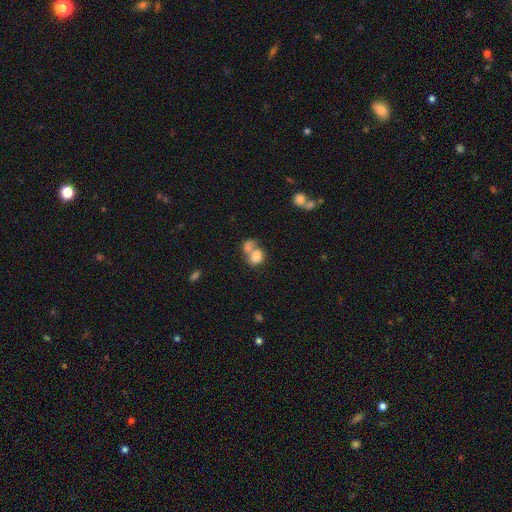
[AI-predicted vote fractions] Smooth or featured?
  - smooth: 74% *
  - featured or disk: 17%
  - star or artifact: 10%
How rounded?
  - in between: 63% *
  - round: 36%
  - cigar-shaped: 1%
Merging?
  - merger: 64% *
  - none: 19%
  - major disturbance: 10%
  - minor disturbance: 8%